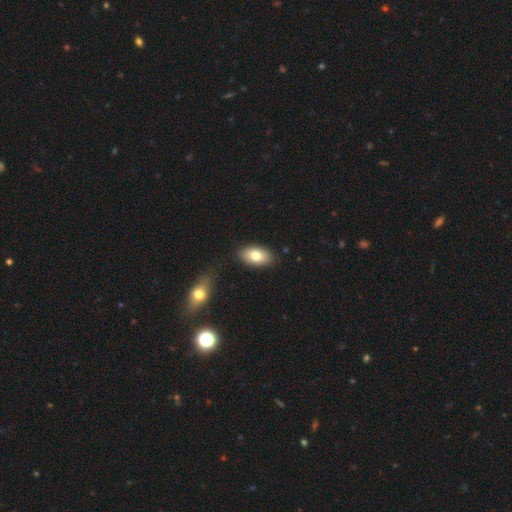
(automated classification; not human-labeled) This is likely a smooth galaxy (78%). How rounded: clearly in between (93%). Merging: clearly none (84%).